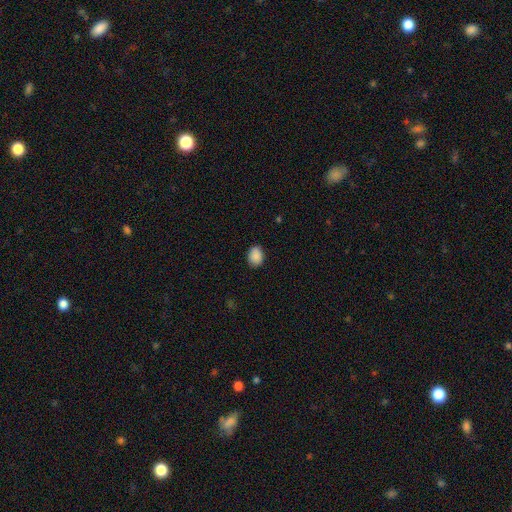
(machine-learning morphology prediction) smooth_or_featured: smooth (p=0.89) [alt: star or artifact p=0.08]
how_rounded: in between (p=0.65) [alt: round p=0.34]
merging: none (p=0.84) [alt: minor disturbance p=0.12]